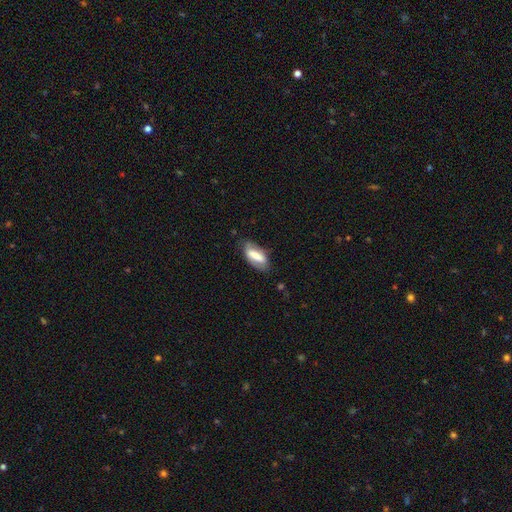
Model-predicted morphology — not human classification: Smooth or featured? Predicted: smooth (p=0.60). How rounded? Predicted: in between (p=0.77). Merging? Predicted: none (p=0.69).